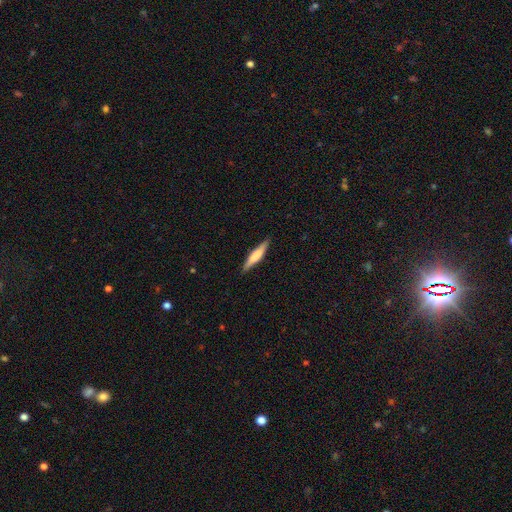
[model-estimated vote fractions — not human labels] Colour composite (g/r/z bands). It shows a smooth galaxy with no disk features (58%) that is cigar-shaped (87%). Merging: none (89%).